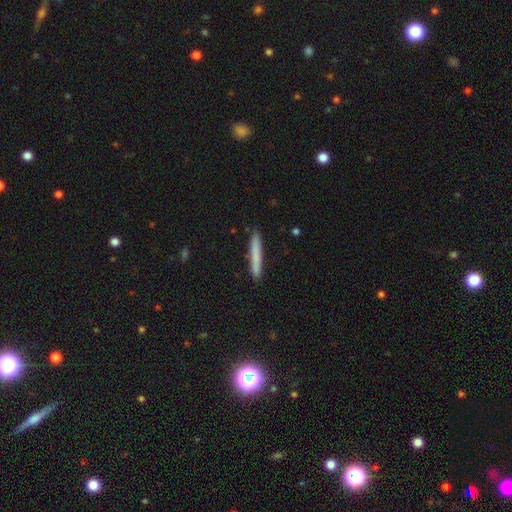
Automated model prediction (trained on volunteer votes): Smooth or featured? smooth (74%)
How rounded? cigar-shaped (96%)
Merging? none (90%)